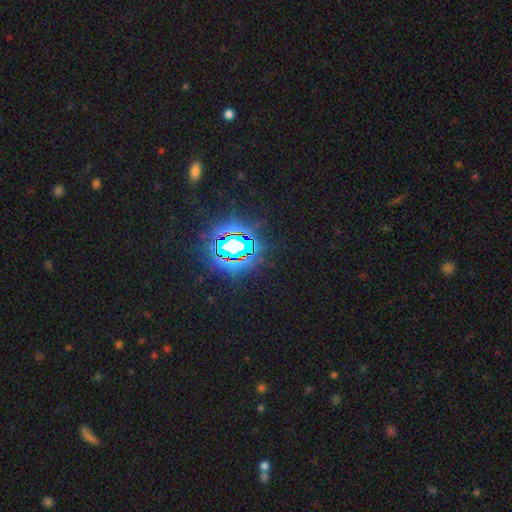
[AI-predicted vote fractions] smooth-or-featured: star or artifact: 84% | smooth: 10% | featured or disk: 6%